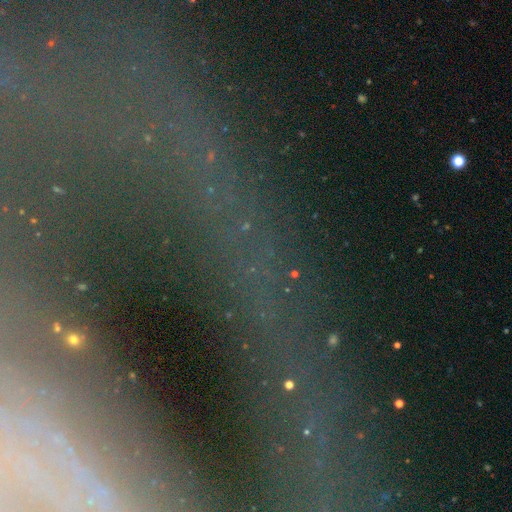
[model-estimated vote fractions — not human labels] The model was most divided on "smooth or featured": star or artifact: 54%, featured or disk: 30%, smooth: 16%.